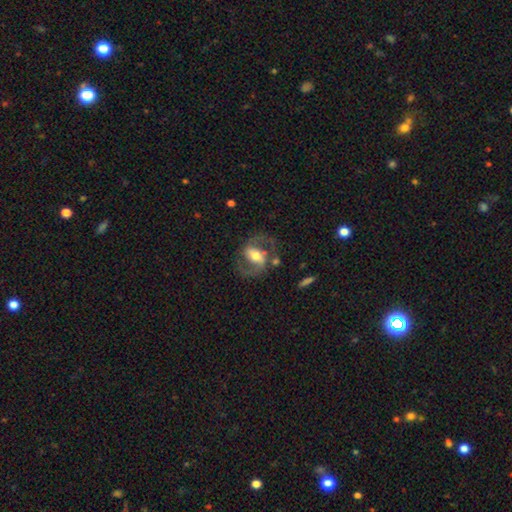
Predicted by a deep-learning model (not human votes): Smooth or featured?
  - featured or disk: 80% *
  - smooth: 14%
  - star or artifact: 6%
Edge-on disk?
  - no: 95% *
  - yes: 5%
Bar?
  - strong: 47% *
  - weak: 35%
  - no: 17%
Spiral arms?
  - yes: 89% *
  - no: 11%
Spiral winding?
  - medium: 57% *
  - loose: 25%
  - tight: 18%
Spiral arm count?
  - 2: 89% *
  - can't tell: 5%
  - 1: 3%
  - 3: 1%
  - 4: 1%
  - more than 4: 1%
Bulge size?
  - moderate: 64% *
  - small: 17%
  - large: 16%
  - dominant: 2%
  - none: 2%
Merging?
  - none: 68% *
  - minor disturbance: 15%
  - major disturbance: 12%
  - merger: 4%